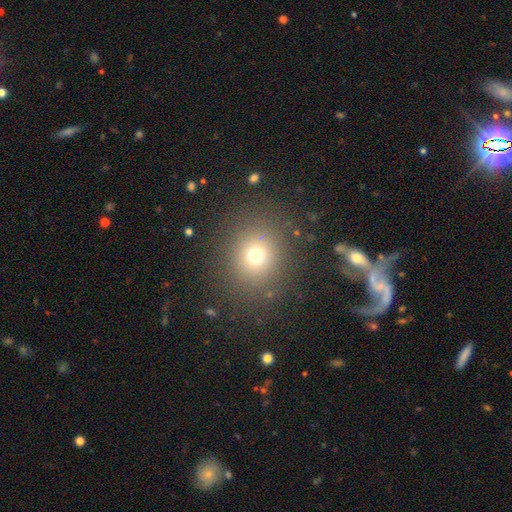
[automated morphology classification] smooth_or_featured: smooth (p=0.71) [alt: star or artifact p=0.19]
how_rounded: round (p=0.80) [alt: in between p=0.19]
merging: none (p=0.84) [alt: minor disturbance p=0.09]